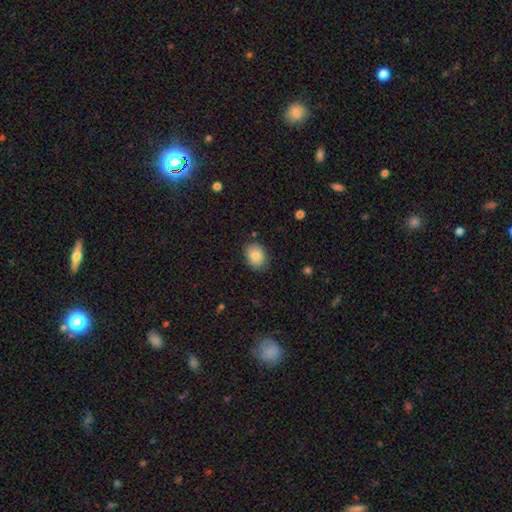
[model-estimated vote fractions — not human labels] Smooth or featured? smooth (85%)
How rounded? in between (54%)
Merging? none (81%)